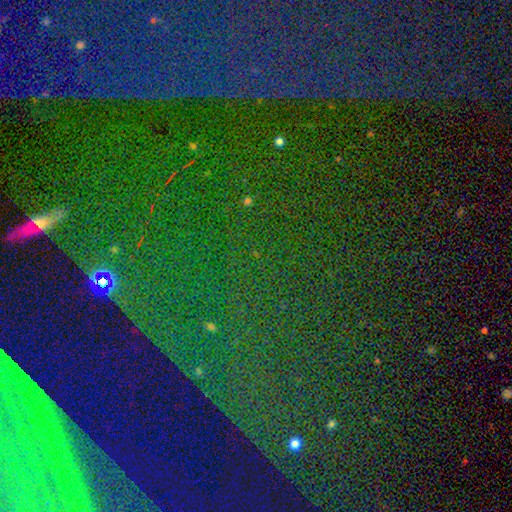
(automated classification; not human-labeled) Smooth or featured?
  - star or artifact: 83% *
  - smooth: 9%
  - featured or disk: 8%